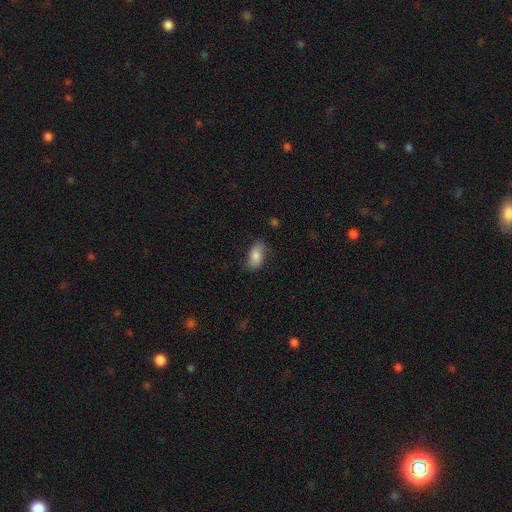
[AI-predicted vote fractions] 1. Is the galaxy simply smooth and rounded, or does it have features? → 76% smooth, 17% featured or disk, 7% star or artifact.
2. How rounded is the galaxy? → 91% in between, 5% round, 3% cigar-shaped.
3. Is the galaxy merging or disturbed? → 72% none, 20% minor disturbance, 6% major disturbance, 1% merger.